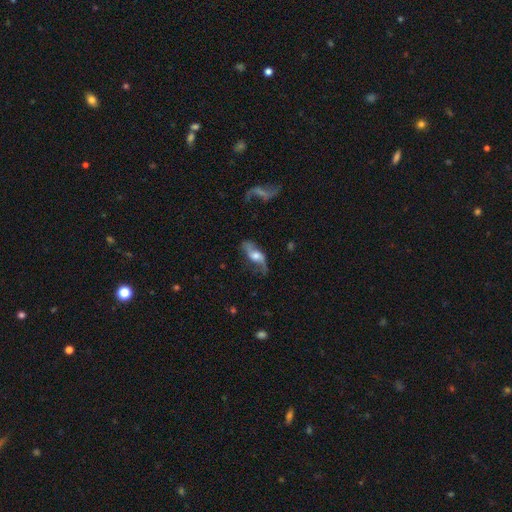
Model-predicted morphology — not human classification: A featured or disk galaxy (75%) with no bar (56%), 2 (89%) loose (75%) spiral arms (90%) and a moderate central bulge (55%).

Vote fractions:
- Smooth or featured? featured or disk: 75% / smooth: 18% / star or artifact: 7%
- Edge-on disk? no: 85% / yes: 15%
- Bar? no: 56% / weak: 33% / strong: 11%
- Spiral arms? yes: 90% / no: 10%
- Spiral winding? loose: 75% / medium: 19% / tight: 5%
- Spiral arm count? 2: 89% / can't tell: 4% / 1: 4% / 3: 1% / 4: 1% / more than 4: 1%
- Bulge size? moderate: 55% / large: 23% / small: 17% / none: 4% / dominant: 2%
- Merging? none: 64% / minor disturbance: 21% / major disturbance: 13% / merger: 3%